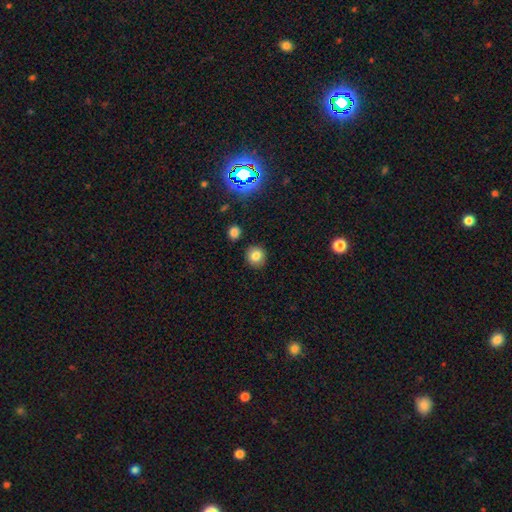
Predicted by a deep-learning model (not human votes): A smooth galaxy with no disk features (80%) that is round (89%). Merging: none (88%).